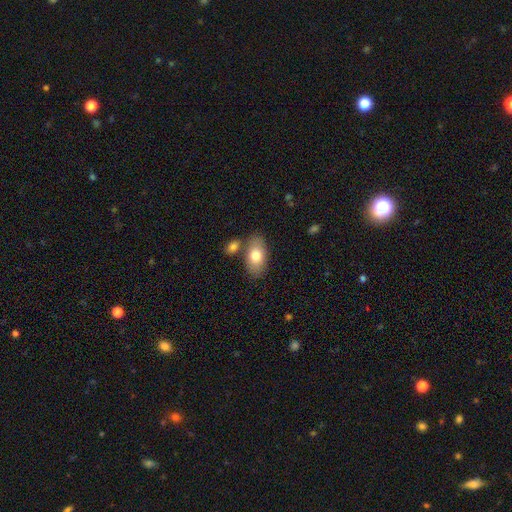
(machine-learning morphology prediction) Smooth or featured? smooth (77%)
How rounded? in between (93%)
Merging? none (71%)